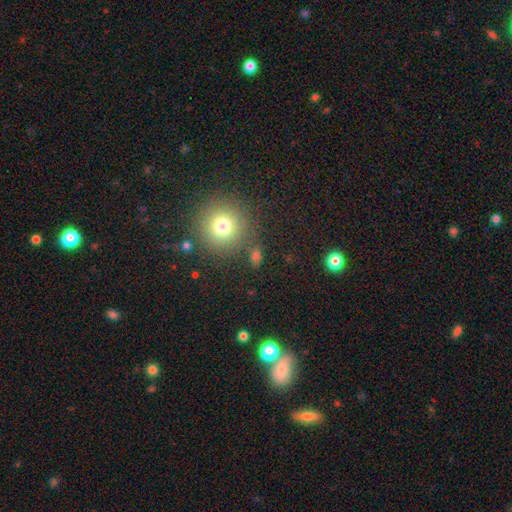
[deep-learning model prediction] A smooth galaxy with no disk features (68%) that is round (61%).

Vote fractions:
- Smooth or featured? smooth: 68% / star or artifact: 23% / featured or disk: 9%
- How rounded? round: 61% / in between: 34% / cigar-shaped: 5%
- Merging? none: 77% / minor disturbance: 10% / merger: 8% / major disturbance: 5%